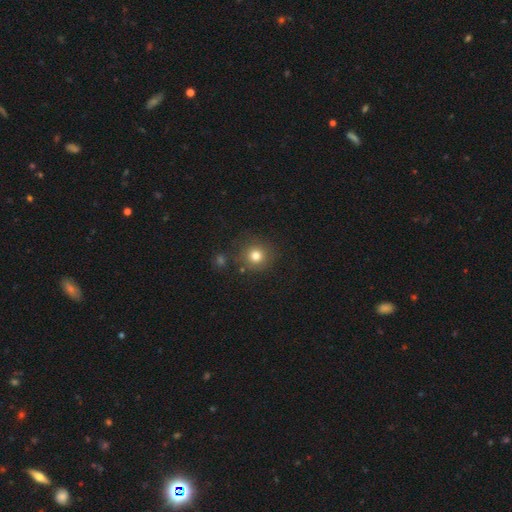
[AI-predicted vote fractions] Smooth or featured? Predicted: smooth (p=0.79). How rounded? Predicted: round (p=0.92). Merging? Predicted: none (p=0.83).